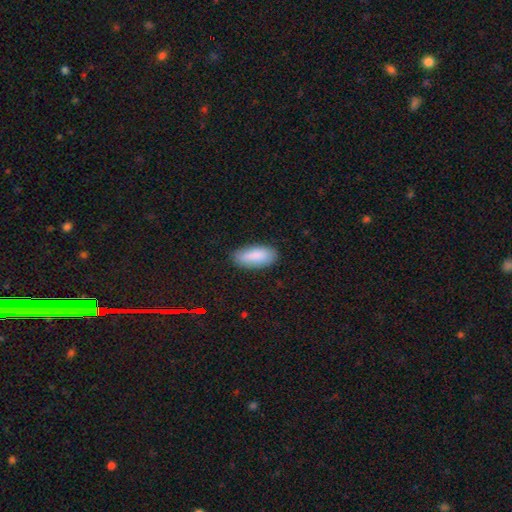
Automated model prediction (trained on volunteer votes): The model was most divided on "how rounded": in between: 84%, cigar-shaped: 15%, round: 2%. More confident: smooth or featured — smooth (88%); merging — none (84%).